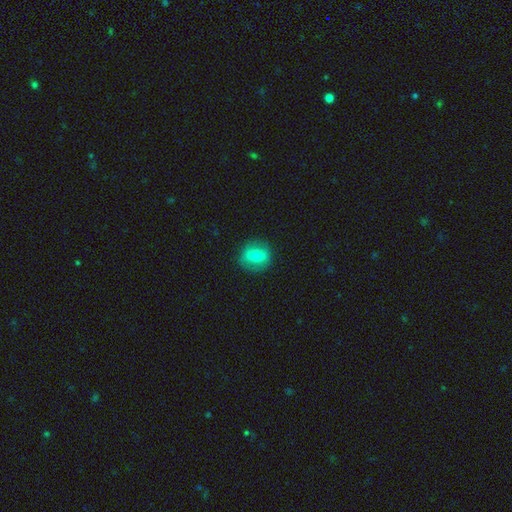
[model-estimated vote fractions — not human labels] smooth-or-featured: smooth: 66% | featured or disk: 26% | star or artifact: 8%
  how-rounded: round: 63% | in between: 35% | cigar-shaped: 2%
  merging: none: 83% | minor disturbance: 12% | major disturbance: 4% | merger: 1%